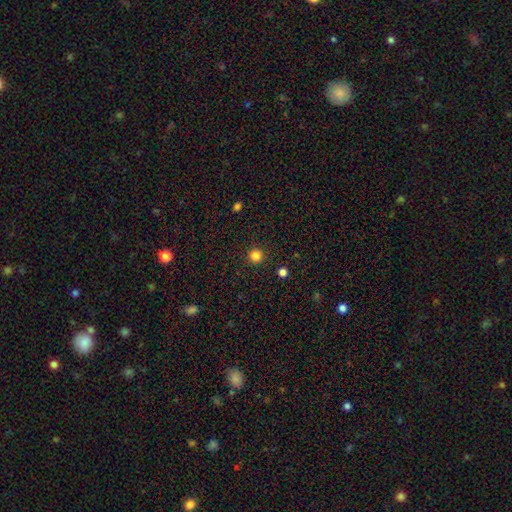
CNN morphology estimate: Smooth or featured: smooth — 84% (star or artifact — 13%)
How rounded: round — 96% (in between — 3%)
Merging: none — 93% (minor disturbance — 4%)